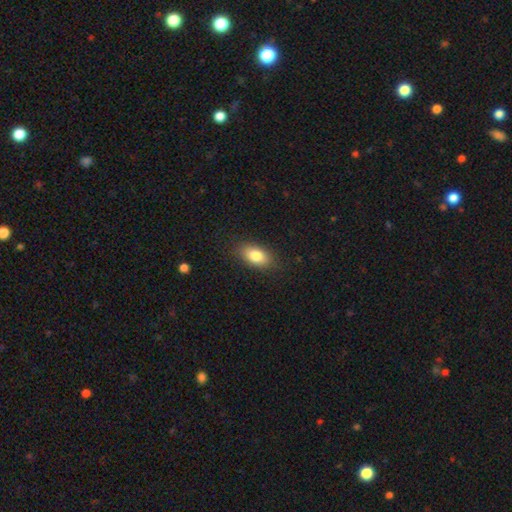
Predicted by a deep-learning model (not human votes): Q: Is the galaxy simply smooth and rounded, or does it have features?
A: smooth — 83%.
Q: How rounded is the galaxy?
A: in between — 89%.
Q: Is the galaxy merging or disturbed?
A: none — 86%.